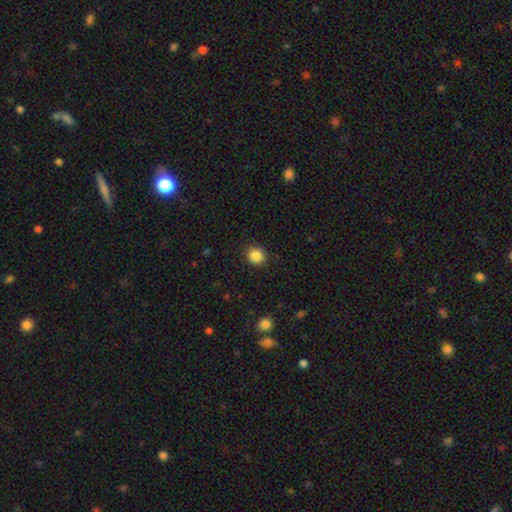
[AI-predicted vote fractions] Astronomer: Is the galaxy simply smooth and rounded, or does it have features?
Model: smooth — 85%.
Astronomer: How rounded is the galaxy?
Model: round — 80%.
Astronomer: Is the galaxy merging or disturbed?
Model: none — 89%.